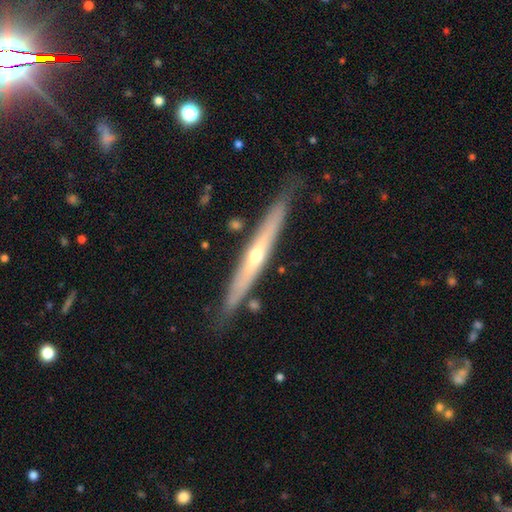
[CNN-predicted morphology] A featured or disk galaxy (69%) viewed edge-on (90%) with a rounded central bulge (73%). Merging: none (83%).